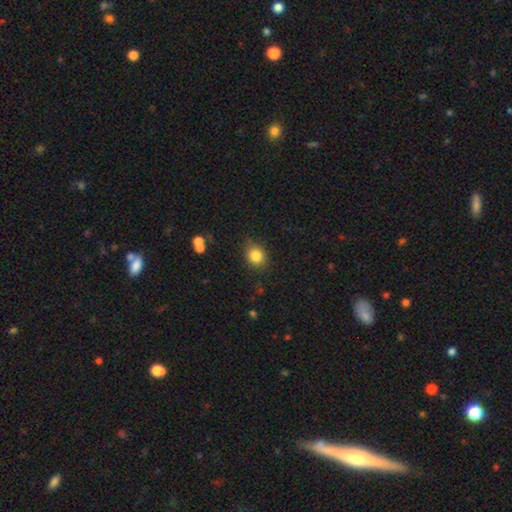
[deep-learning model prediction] The model was most divided on "how rounded": round: 71%, in between: 28%, cigar-shaped: 1%. More confident: smooth or featured — smooth (83%); merging — none (82%).